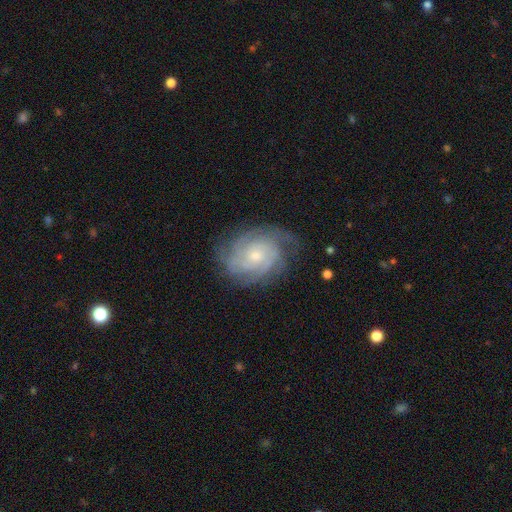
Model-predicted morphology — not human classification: type=featured or disk (84%); edge-on=no (97%); bar=no (76%); spiral arms=yes (96%); winding=tight (69%); arm count=can't tell (28%); bulge=small (61%); merging=none (73%).